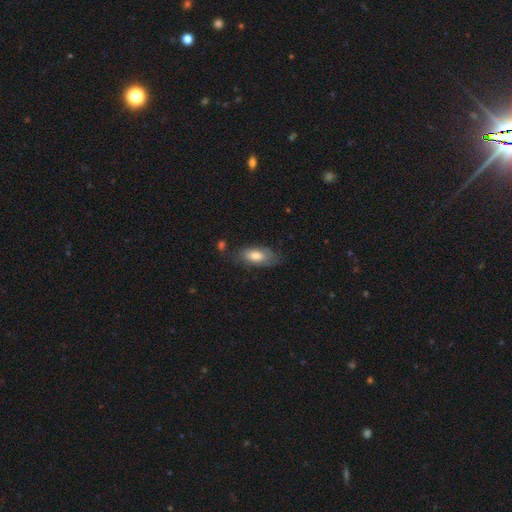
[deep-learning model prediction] This appears to be a smooth galaxy with no disk features (73%) that is in between round and cigar-shaped (85%). Merging: none (66%).